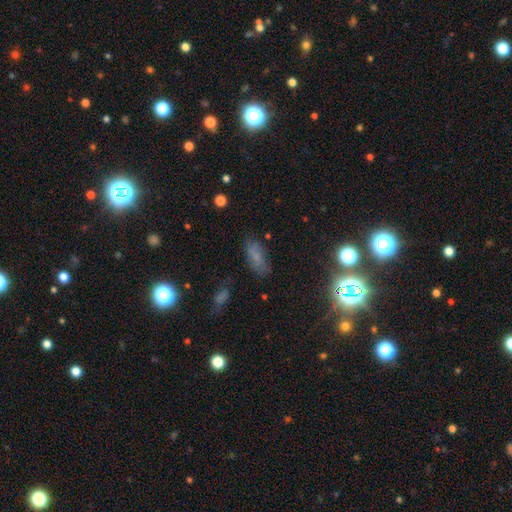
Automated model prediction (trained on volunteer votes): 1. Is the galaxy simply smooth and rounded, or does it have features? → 60% smooth, 22% star or artifact, 18% featured or disk.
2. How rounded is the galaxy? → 76% in between, 19% cigar-shaped, 5% round.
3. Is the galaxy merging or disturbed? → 69% none, 20% minor disturbance, 8% major disturbance, 3% merger.